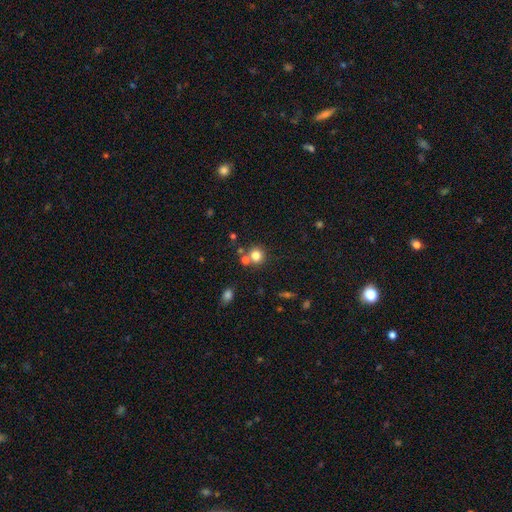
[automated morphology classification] This is likely a smooth galaxy (79%). How rounded: clearly round (89%). Merging: likely none (67%).